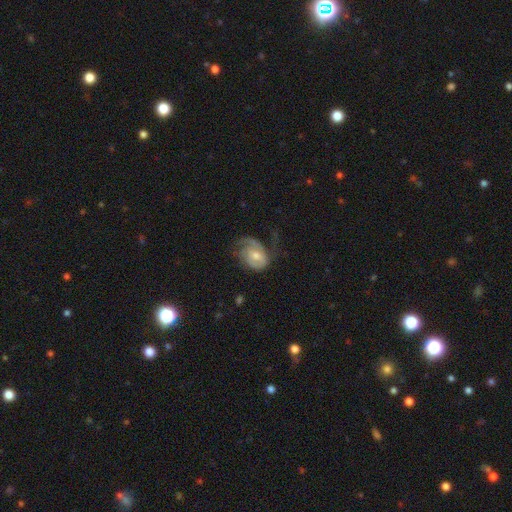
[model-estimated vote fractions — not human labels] smooth-or-featured: featured or disk: 66% | smooth: 27% | star or artifact: 6%
  disk-edge-on: no: 97% | yes: 3%
    bar: no: 61% | weak: 32% | strong: 7%
    has-spiral-arms: yes: 83% | no: 17%
      spiral-winding: medium: 38% | tight: 34% | loose: 28%
      spiral-arm-count: 2: 36% (tied) | 1: 36% (tied) | can't tell: 19% | 3: 6% | 4: 2% | more than 4: 2%
    bulge-size: moderate: 59% | small: 33% | large: 4% | none: 2% | dominant: 1%
  merging: none: 37% | major disturbance: 36% | minor disturbance: 25% | merger: 2%